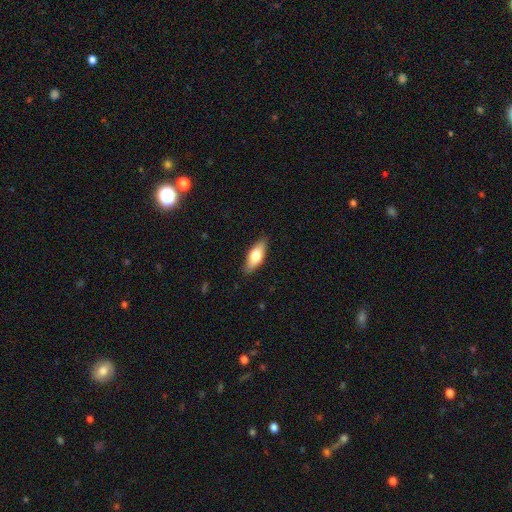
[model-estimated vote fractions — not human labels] This is likely a smooth galaxy (66%). How rounded: likely in between (73%). Merging: clearly none (86%).